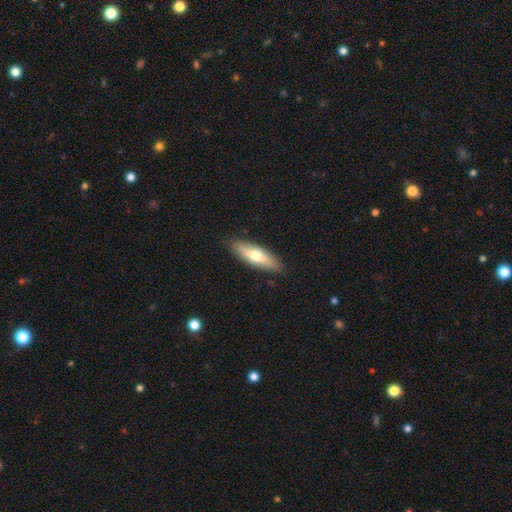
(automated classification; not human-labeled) A smooth galaxy with no disk features (64%) that is in between round and cigar-shaped (52%).

Vote fractions:
- Smooth or featured? smooth: 64% / featured or disk: 30% / star or artifact: 6%
- How rounded? in between: 52% / cigar-shaped: 46% / round: 2%
- Merging? none: 87% / minor disturbance: 9% / major disturbance: 2% / merger: 1%